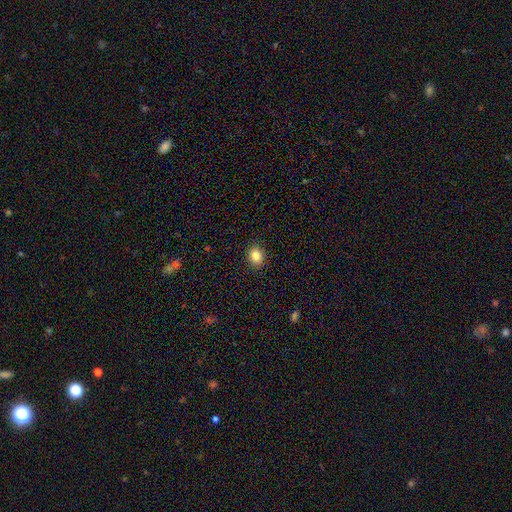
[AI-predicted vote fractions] The model was most divided on "how rounded": round: 56%, in between: 43%, cigar-shaped: 1%. More confident: merging — none (90%); smooth or featured — smooth (84%).